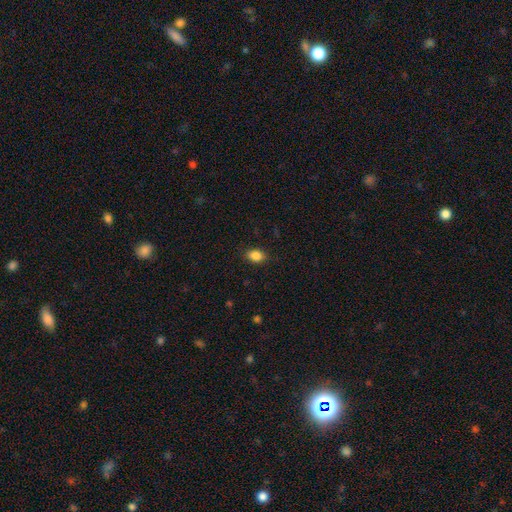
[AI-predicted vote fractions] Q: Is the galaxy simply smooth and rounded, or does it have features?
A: smooth — 86%.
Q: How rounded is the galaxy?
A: in between — 80%.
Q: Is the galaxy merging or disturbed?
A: none — 87%.